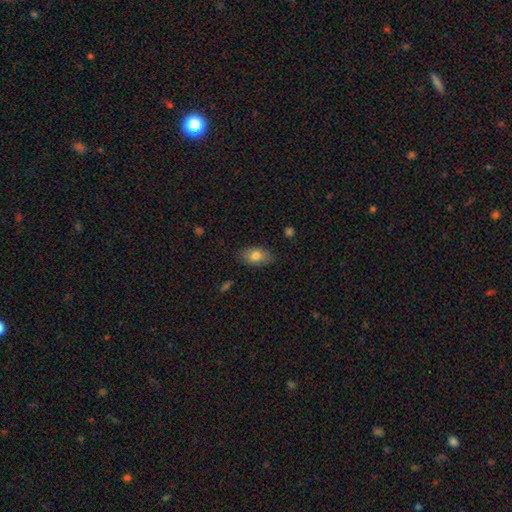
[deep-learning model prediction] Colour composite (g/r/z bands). It shows a smooth galaxy with no disk features (79%) that is in between round and cigar-shaped (89%). Merging: none (83%).